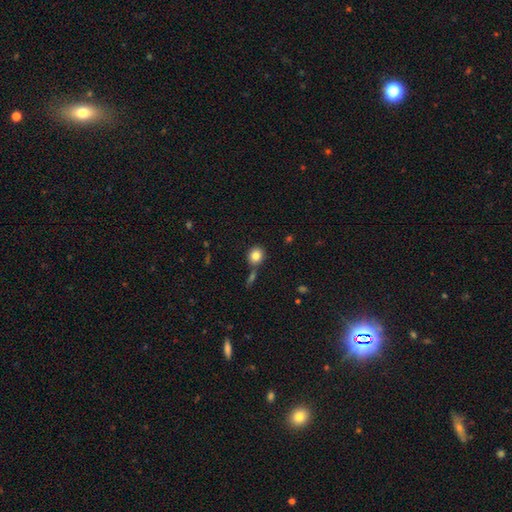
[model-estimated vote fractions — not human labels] smooth-or-featured: smooth: 83% | star or artifact: 10% | featured or disk: 7%
  how-rounded: round: 79% | in between: 19% | cigar-shaped: 1%
  merging: none: 69% | merger: 17% | minor disturbance: 11% | major disturbance: 4%